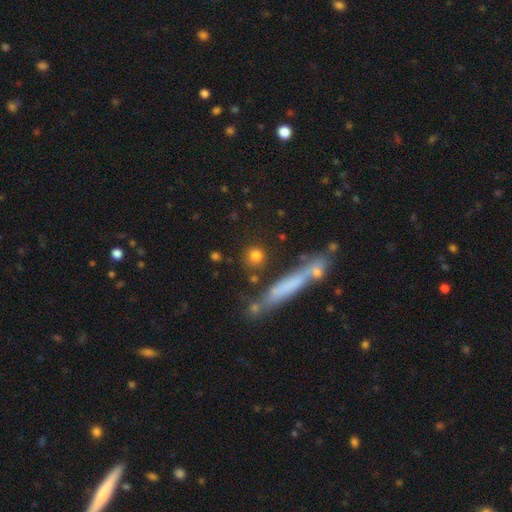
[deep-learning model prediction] This appears to be a smooth galaxy with no disk features (80%) that is round (83%). Merging: none (82%).